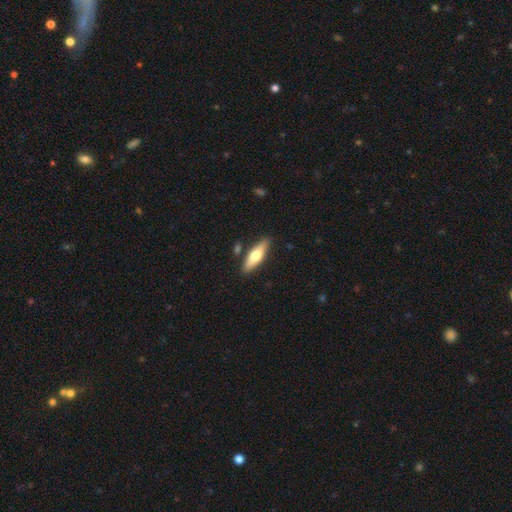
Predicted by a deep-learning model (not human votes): smooth_or_featured: smooth (p=0.62) [alt: featured or disk p=0.32]
how_rounded: cigar-shaped (p=0.54) [alt: in between p=0.44]
merging: none (p=0.83) [alt: minor disturbance p=0.10]